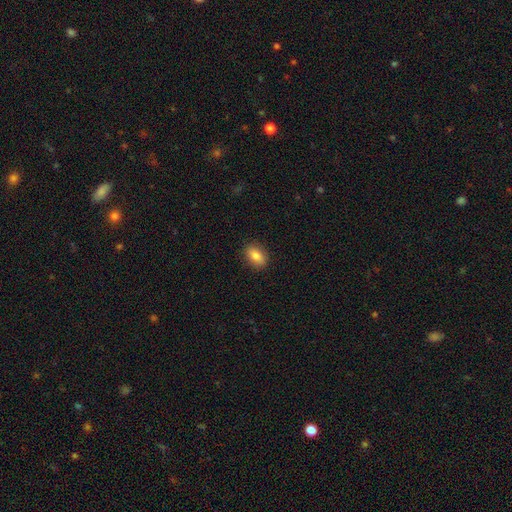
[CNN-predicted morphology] smooth_or_featured: smooth (p=0.82) [alt: featured or disk p=0.11]
how_rounded: in between (p=0.85) [alt: round p=0.12]
merging: none (p=0.88) [alt: minor disturbance p=0.09]